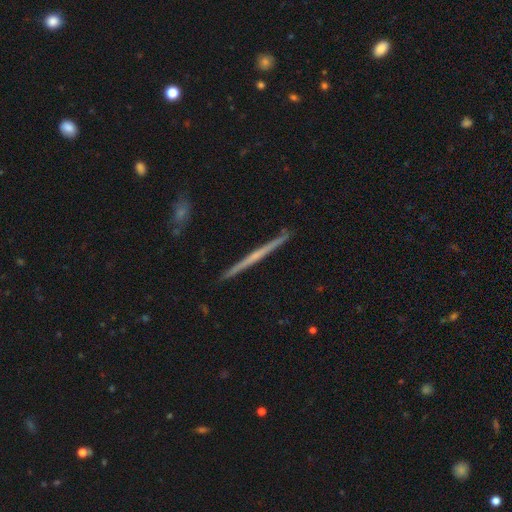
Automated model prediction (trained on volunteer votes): This is likely a featured or disk galaxy (69%). It is clearly viewed edge-on (98%). Edge-on bulge: likely none (73%). Merging: clearly none (92%).